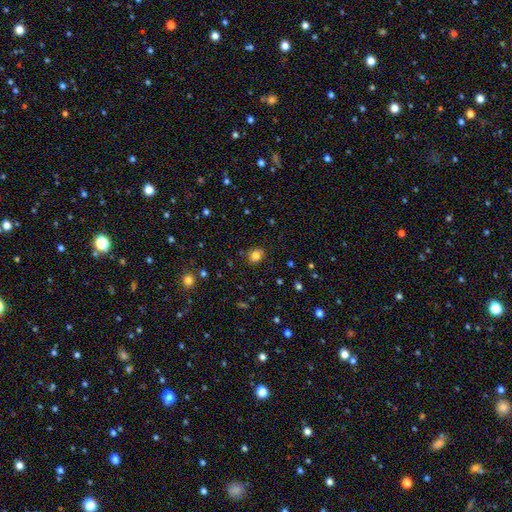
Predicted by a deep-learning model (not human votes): Smooth or featured? smooth (81%)
How rounded? round (69%)
Merging? none (85%)